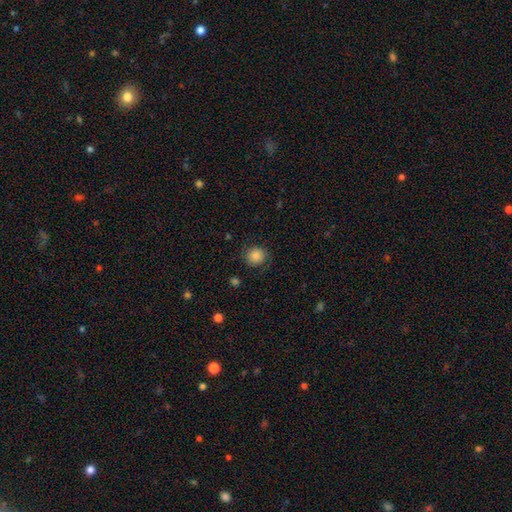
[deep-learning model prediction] Smooth or featured? smooth (81%)
How rounded? round (86%)
Merging? none (79%)